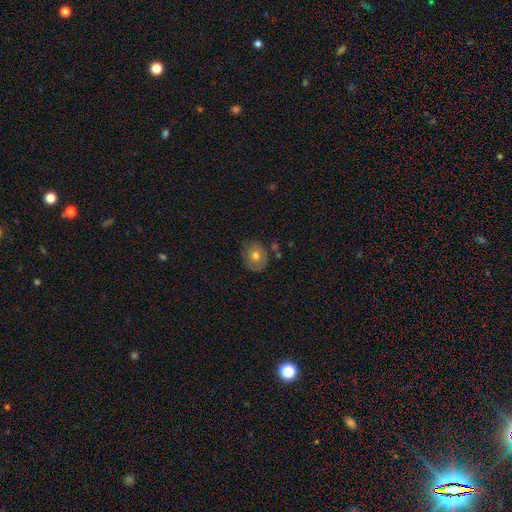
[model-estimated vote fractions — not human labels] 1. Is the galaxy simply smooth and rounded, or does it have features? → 65% smooth, 27% featured or disk, 9% star or artifact.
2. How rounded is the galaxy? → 57% round, 42% in between, 1% cigar-shaped.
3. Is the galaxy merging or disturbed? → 73% none, 19% minor disturbance, 4% major disturbance, 4% merger.